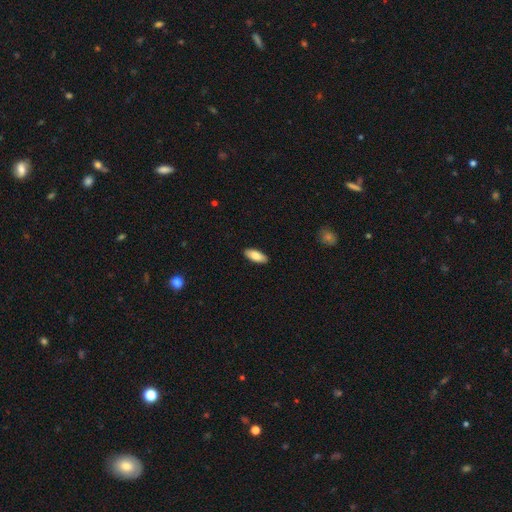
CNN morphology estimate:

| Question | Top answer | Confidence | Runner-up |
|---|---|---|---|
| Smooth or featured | smooth | 83% | featured or disk (12%) |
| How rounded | in between | 83% | cigar-shaped (15%) |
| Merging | none | 90% | minor disturbance (8%) |